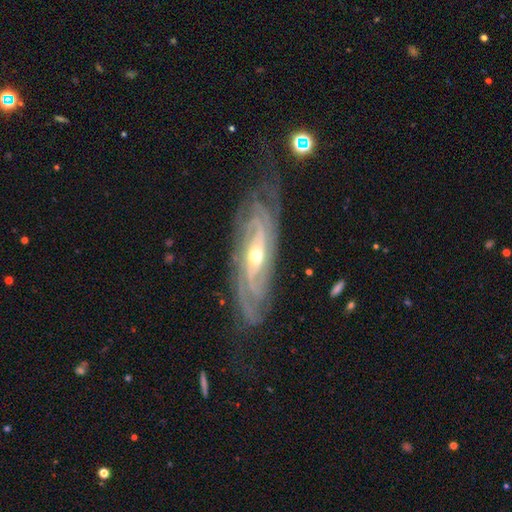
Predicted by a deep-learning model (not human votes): The model was most divided on "spiral arm count": can't tell: 31%, 2: 21%, 3: 19%, 4: 13%, more than 4: 10%, 1: 6%. More confident: spiral arms — yes (96%); smooth or featured — featured or disk (89%); edge-on disk — no (86%); merging — none (76%); spiral winding — tight (72%); bar — no (63%); bulge size — moderate (53%).